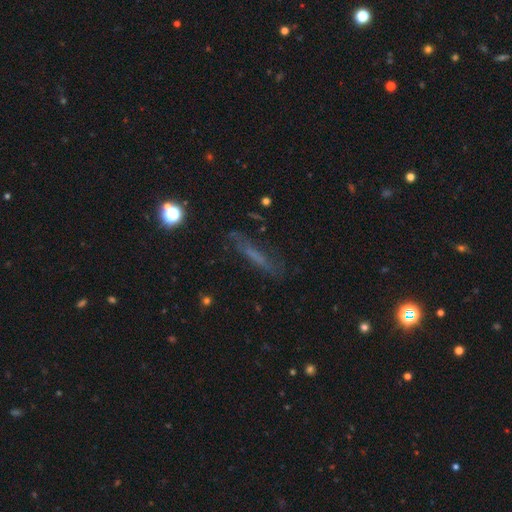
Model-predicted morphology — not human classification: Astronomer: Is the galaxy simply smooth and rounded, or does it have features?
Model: smooth — 44% (runner-up: featured or disk, 39%).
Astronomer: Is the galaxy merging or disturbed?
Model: none — 70%.